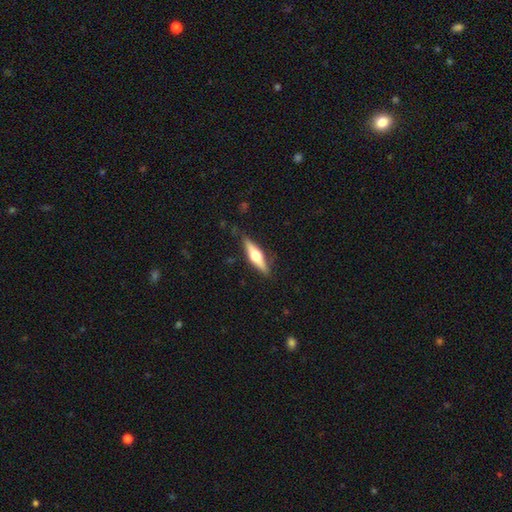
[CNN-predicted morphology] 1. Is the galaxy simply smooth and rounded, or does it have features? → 56% featured or disk, 39% smooth, 5% star or artifact.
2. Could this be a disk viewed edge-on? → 94% yes, 6% no.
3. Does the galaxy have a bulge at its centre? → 94% rounded, 4% boxy, 2% none.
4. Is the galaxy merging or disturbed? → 83% none, 13% minor disturbance, 3% major disturbance, 1% merger.